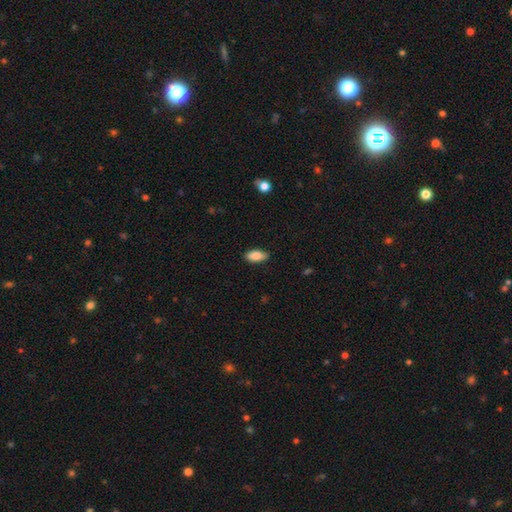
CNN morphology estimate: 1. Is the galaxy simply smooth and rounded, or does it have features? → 85% smooth, 9% featured or disk, 7% star or artifact.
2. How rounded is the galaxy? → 89% in between, 8% cigar-shaped, 3% round.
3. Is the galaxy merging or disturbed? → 86% none, 11% minor disturbance, 2% major disturbance, 1% merger.